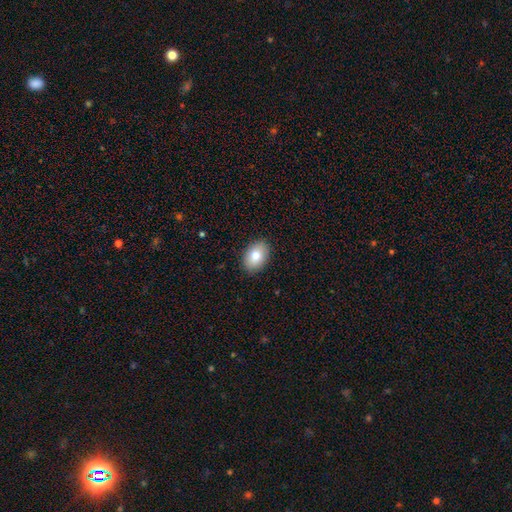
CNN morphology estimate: Smooth or featured? Predicted: smooth (p=0.79). How rounded? Predicted: in between (p=0.82). Merging? Predicted: none (p=0.89).